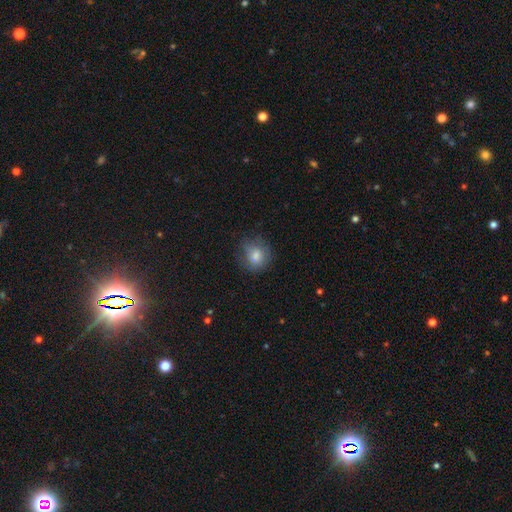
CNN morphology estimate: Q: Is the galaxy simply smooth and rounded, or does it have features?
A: smooth — 74%.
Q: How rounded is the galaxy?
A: round — 73%.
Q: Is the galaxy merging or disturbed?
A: none — 68%.